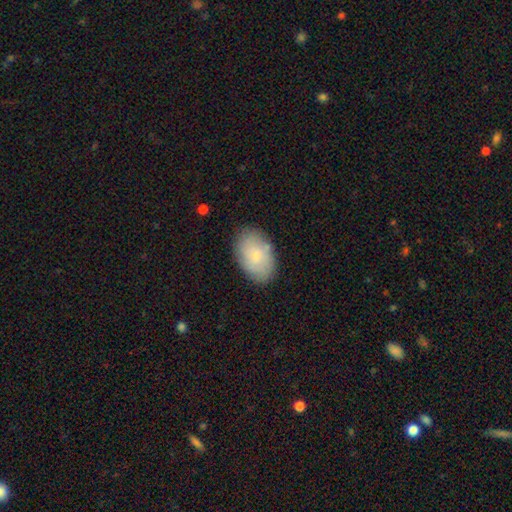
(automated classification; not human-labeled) This appears to be a smooth galaxy with no disk features (70%) that is in between round and cigar-shaped (89%). Merging: none (83%).